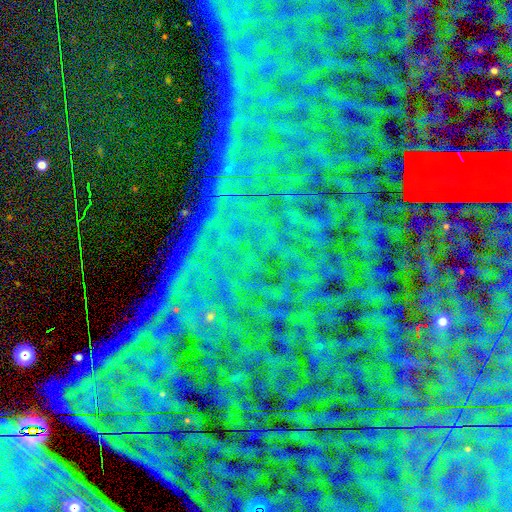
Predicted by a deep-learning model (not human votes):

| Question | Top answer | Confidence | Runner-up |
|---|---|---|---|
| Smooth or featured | star or artifact | 85% | featured or disk (8%) |